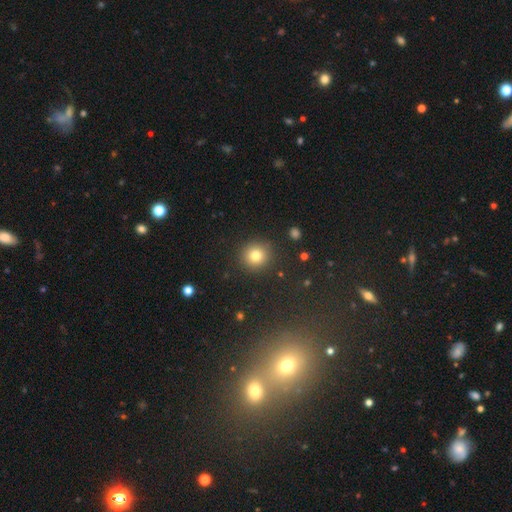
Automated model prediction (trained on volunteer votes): Smooth or featured? smooth (79%)
How rounded? round (92%)
Merging? none (90%)